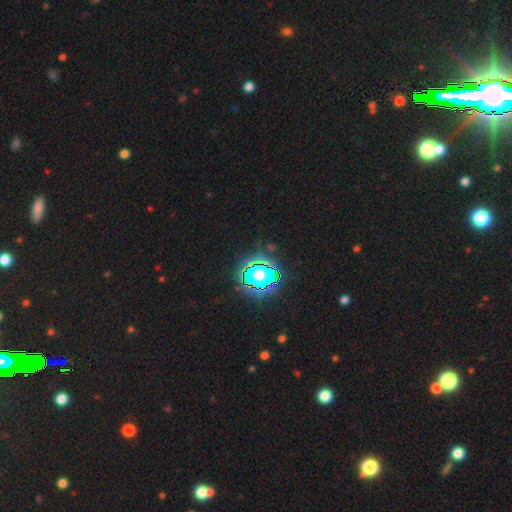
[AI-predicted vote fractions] Smooth or featured: star or artifact — 83% (smooth — 11%)